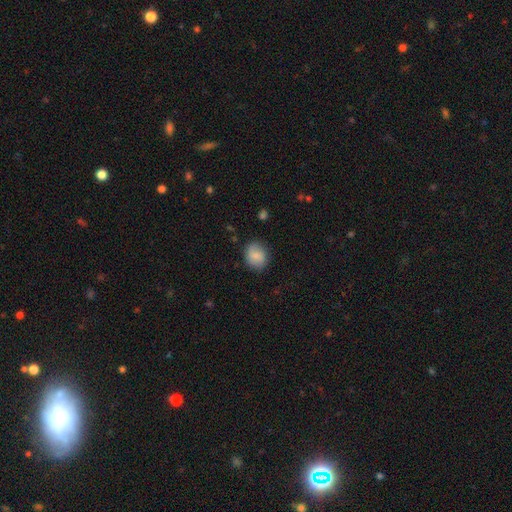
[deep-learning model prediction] Overall: smooth (78%). How rounded: round (64%; in between 35%). Merging: none (80%).